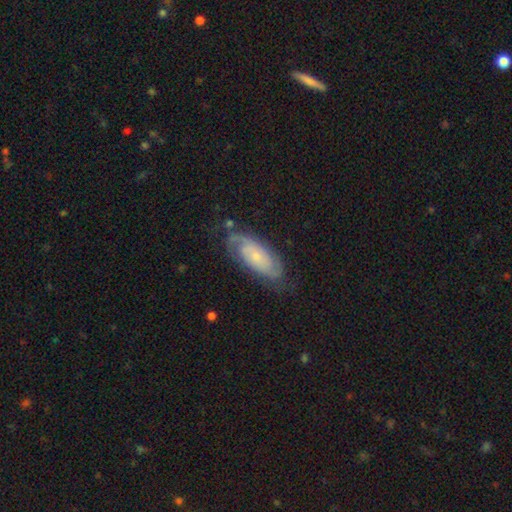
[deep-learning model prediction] Overall: featured or disk (75%). Edge-on disk: no (93%). Bar: no (71%). Spiral arms: yes (94%). Spiral arm count: 2 (64%). Spiral winding: tight (58%; medium 32%). Bulge size: small (70%). Merging: none (71%).